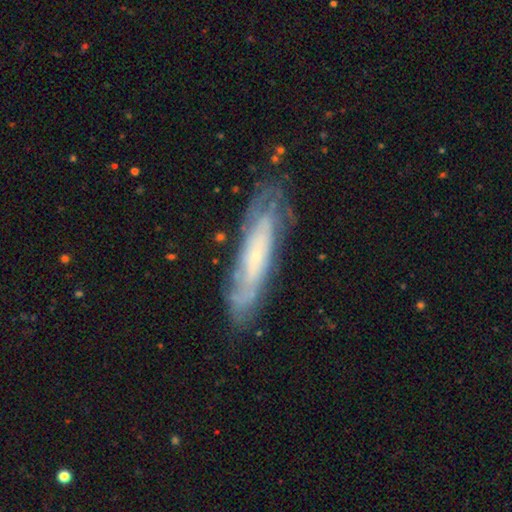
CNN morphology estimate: Overall: featured or disk (70%). Edge-on disk: no (65%; yes 35%). Merging: none (76%).